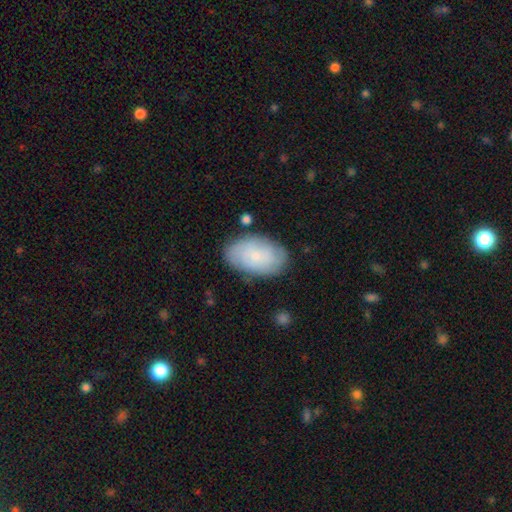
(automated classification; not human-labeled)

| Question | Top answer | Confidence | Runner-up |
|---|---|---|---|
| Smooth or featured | smooth | 59% | featured or disk (34%) |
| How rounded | in between | 93% | round (6%) |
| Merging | none | 78% | minor disturbance (16%) |